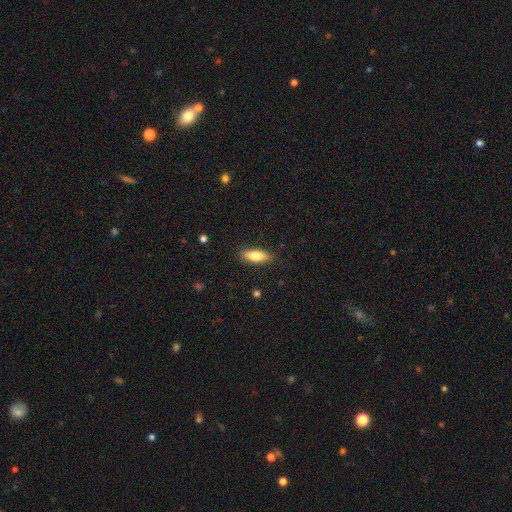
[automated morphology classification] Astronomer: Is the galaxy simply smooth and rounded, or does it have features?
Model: smooth — 74%.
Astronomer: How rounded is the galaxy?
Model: in between — 61% (runner-up: cigar-shaped, 36%).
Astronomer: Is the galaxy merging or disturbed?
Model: none — 87%.